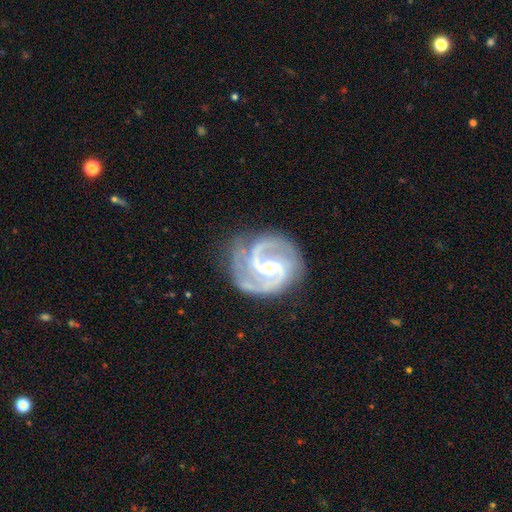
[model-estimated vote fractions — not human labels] The model was most divided on "bar": weak: 46%, no: 35%, strong: 19%. More confident: spiral arms — yes (99%); edge-on disk — no (98%); smooth or featured — featured or disk (93%); spiral arm count — 2 (79%); merging — none (72%); spiral winding — medium (62%); bulge size — small (60%).